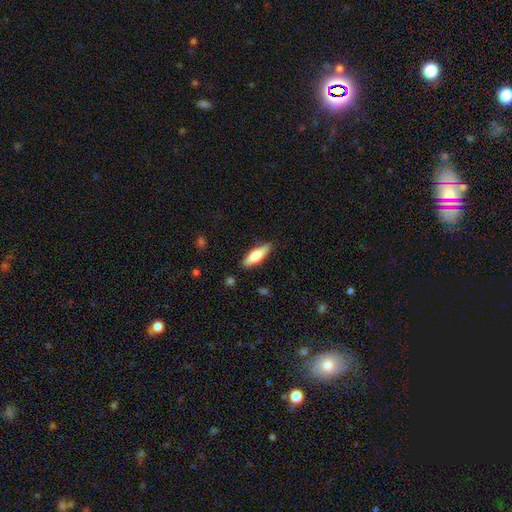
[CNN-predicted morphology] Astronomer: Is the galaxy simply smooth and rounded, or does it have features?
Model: smooth — 62%.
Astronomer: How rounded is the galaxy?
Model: in between — 52% (runner-up: cigar-shaped, 46%).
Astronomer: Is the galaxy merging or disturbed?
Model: none — 86%.